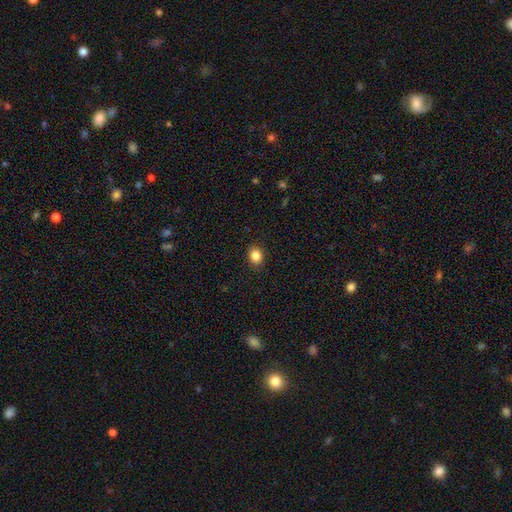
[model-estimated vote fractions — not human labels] Smooth or featured: smooth — 85% (star or artifact — 10%)
How rounded: round — 58% (in between — 41%)
Merging: none — 90% (minor disturbance — 7%)